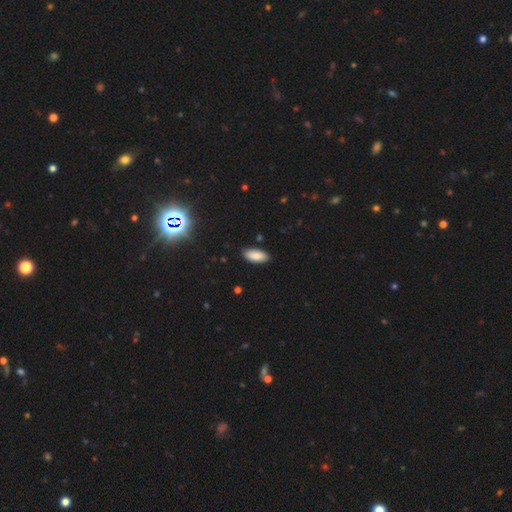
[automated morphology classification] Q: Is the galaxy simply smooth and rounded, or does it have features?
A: smooth — 87%.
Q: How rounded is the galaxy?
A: in between — 88%.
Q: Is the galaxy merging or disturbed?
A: none — 87%.